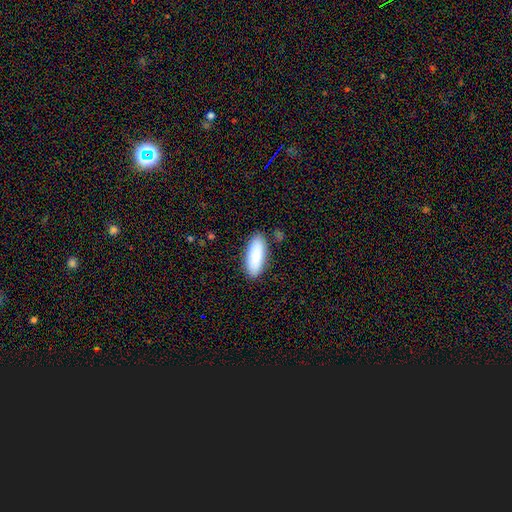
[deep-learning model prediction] smooth-or-featured: smooth: 88% | featured or disk: 7% | star or artifact: 6%
  how-rounded: in between: 70% | cigar-shaped: 28% | round: 2%
  merging: none: 85% | minor disturbance: 11% | major disturbance: 2% | merger: 2%